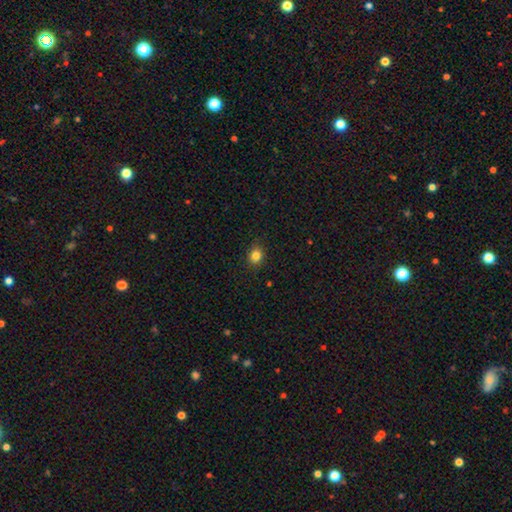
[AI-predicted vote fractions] Overall: smooth (83%). How rounded: round (60%; in between 39%). Merging: none (87%).